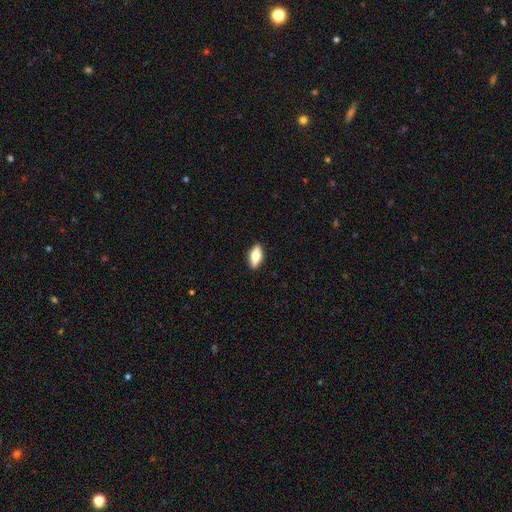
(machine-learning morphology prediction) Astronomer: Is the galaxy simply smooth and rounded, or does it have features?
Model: smooth — 63%.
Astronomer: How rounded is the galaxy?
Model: in between — 78%.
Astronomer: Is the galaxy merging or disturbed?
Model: none — 89%.